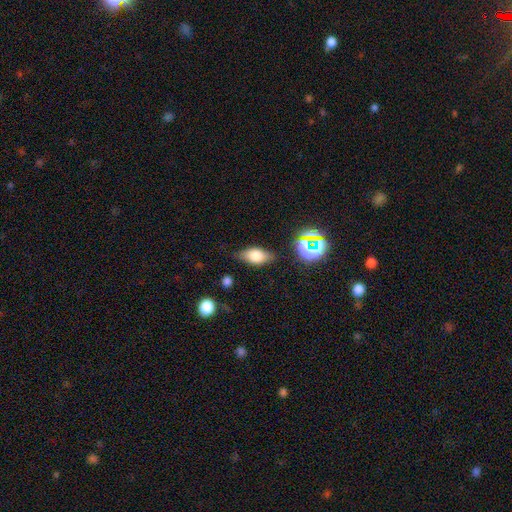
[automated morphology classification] The model was most divided on "smooth or featured": smooth: 69%, featured or disk: 19%, star or artifact: 13%. More confident: how rounded — in between (85%); merging — none (77%).